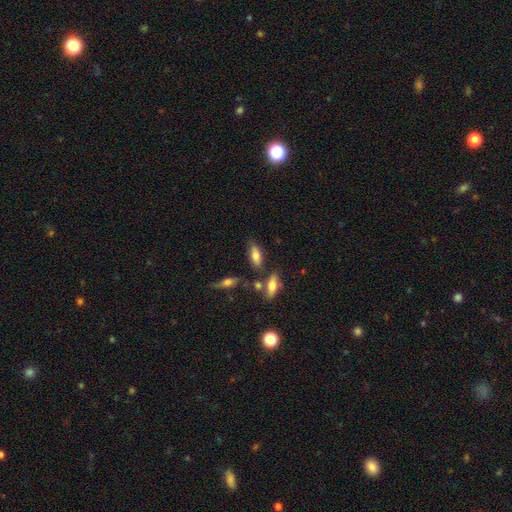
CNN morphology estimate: This is likely a smooth galaxy (71%). How rounded: likely in between (78%). Merging: likely none (69%).